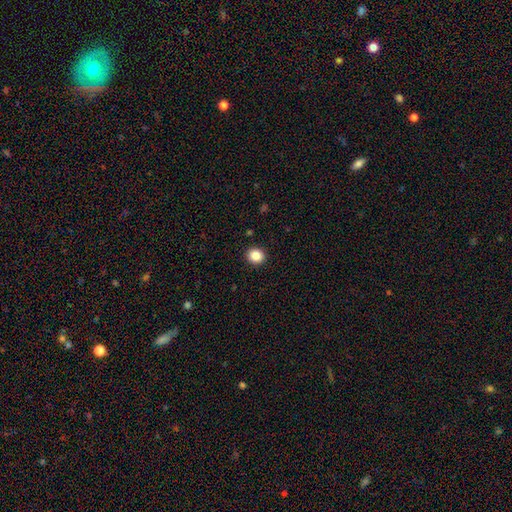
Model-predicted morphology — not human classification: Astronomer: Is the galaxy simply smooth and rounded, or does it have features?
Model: smooth — 87%.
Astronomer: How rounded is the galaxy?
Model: round — 83%.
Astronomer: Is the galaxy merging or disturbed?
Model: none — 92%.